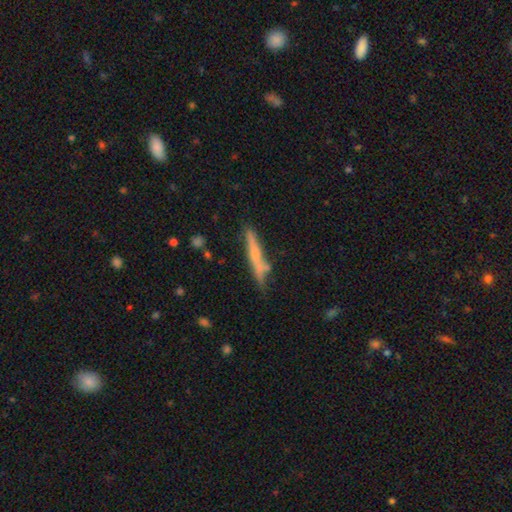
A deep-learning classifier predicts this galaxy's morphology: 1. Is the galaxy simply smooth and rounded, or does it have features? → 48% smooth, 45% featured or disk, 7% star or artifact.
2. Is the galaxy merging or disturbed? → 66% none, 20% minor disturbance, 9% merger, 5% major disturbance.